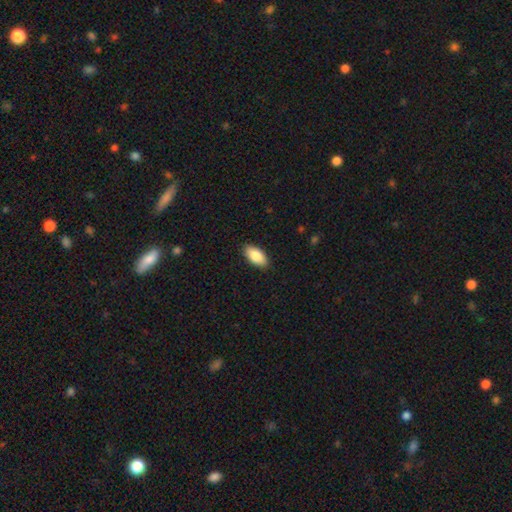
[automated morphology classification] This appears to be a smooth galaxy with no disk features (86%) that is in between round and cigar-shaped (93%). Merging: none (89%).